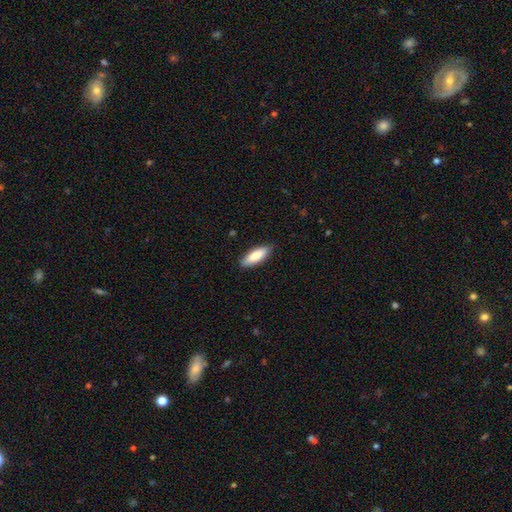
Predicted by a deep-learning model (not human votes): A smooth galaxy with no disk features (80%) that is in between round and cigar-shaped (60%).

Vote fractions:
- Smooth or featured? smooth: 80% / featured or disk: 14% / star or artifact: 6%
- How rounded? in between: 60% / cigar-shaped: 38% / round: 2%
- Merging? none: 87% / minor disturbance: 10% / major disturbance: 2% / merger: 1%